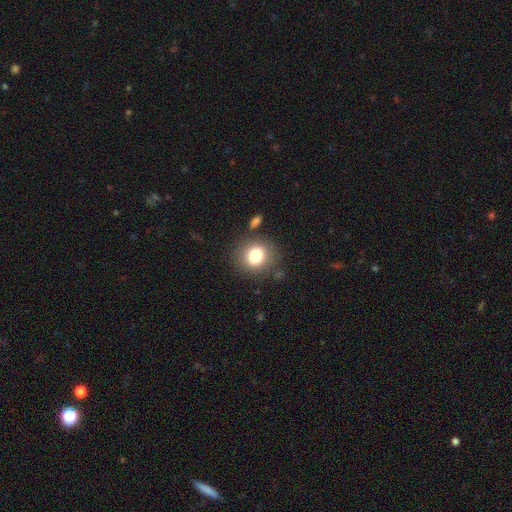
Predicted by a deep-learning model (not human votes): Smooth or featured? smooth (80%)
How rounded? round (76%)
Merging? none (80%)